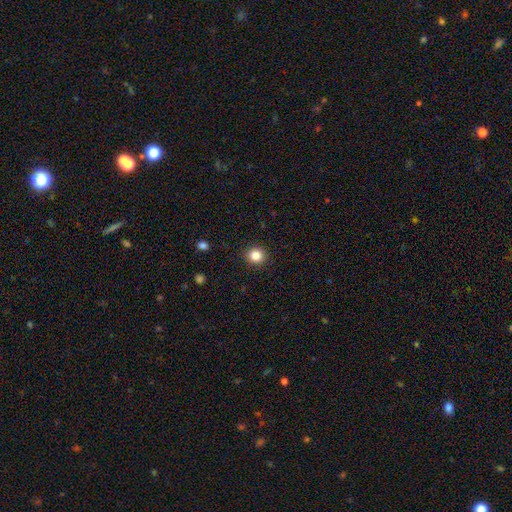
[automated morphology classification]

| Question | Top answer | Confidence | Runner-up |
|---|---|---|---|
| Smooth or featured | smooth | 84% | star or artifact (11%) |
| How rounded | round | 89% | in between (10%) |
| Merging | none | 92% | minor disturbance (5%) |